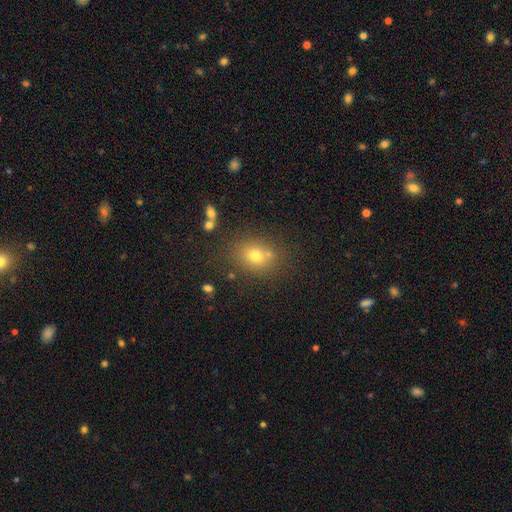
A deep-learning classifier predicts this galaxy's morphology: This appears to be a smooth galaxy with no disk features (72%) that is round (55%). Merging: none (71%).